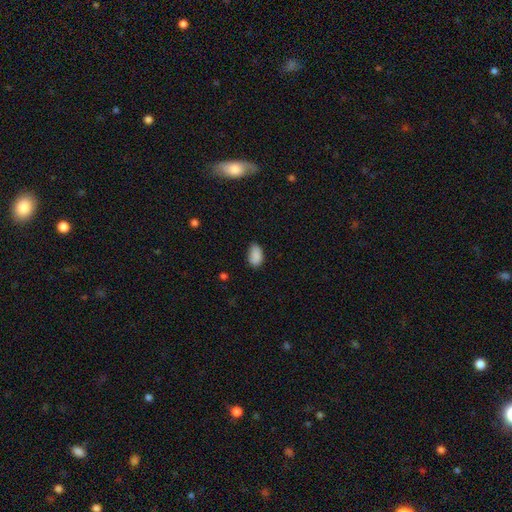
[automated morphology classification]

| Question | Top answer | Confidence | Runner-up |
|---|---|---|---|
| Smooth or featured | smooth | 88% | star or artifact (8%) |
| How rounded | in between | 92% | round (7%) |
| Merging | none | 72% | minor disturbance (23%) |